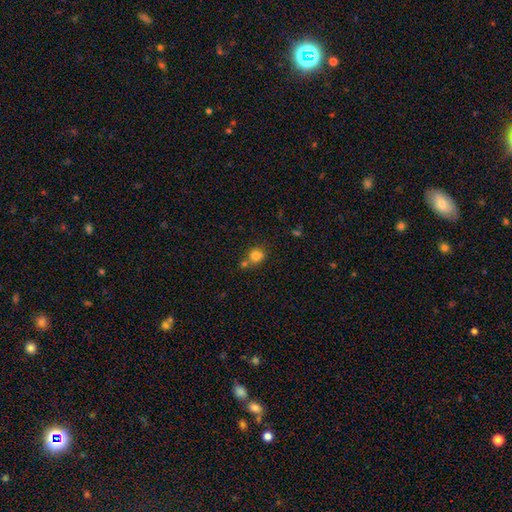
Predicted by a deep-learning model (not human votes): A smooth galaxy with no disk features (81%) that is round (81%). Merging: none (58%).